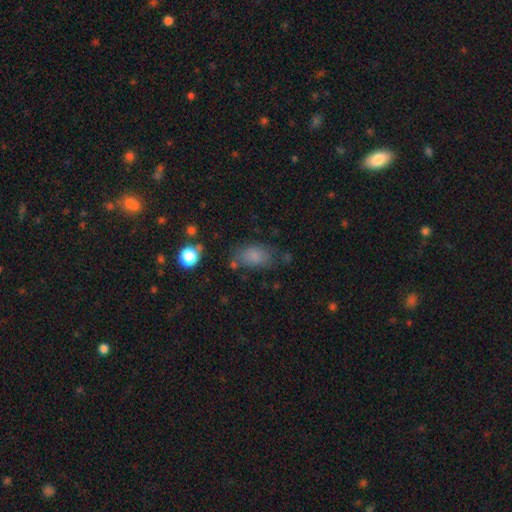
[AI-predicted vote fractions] Overall: smooth (79%). How rounded: in between (89%). Merging: none (59%; minor disturbance 24%).